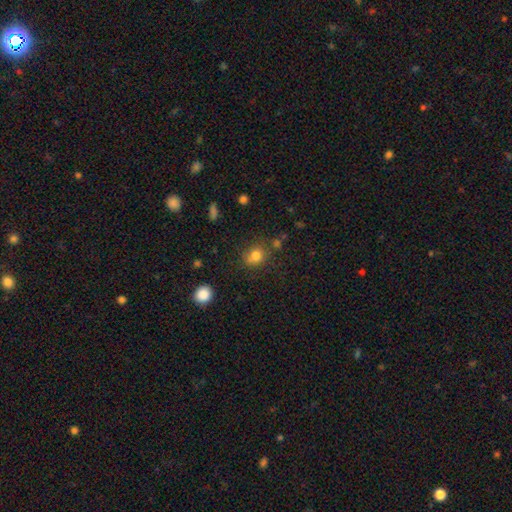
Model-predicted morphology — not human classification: smooth_or_featured: smooth (p=0.79) [alt: star or artifact p=0.13]
how_rounded: round (p=0.69) [alt: in between p=0.30]
merging: none (p=0.68) [alt: minor disturbance p=0.18]